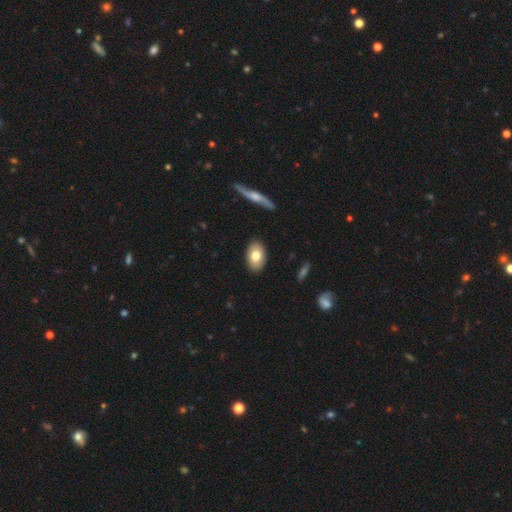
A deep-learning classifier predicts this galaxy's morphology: smooth 76%, featured or disk 17%, star or artifact 6%. Down the decision tree: how rounded — in between (91%); merging — none (88%).